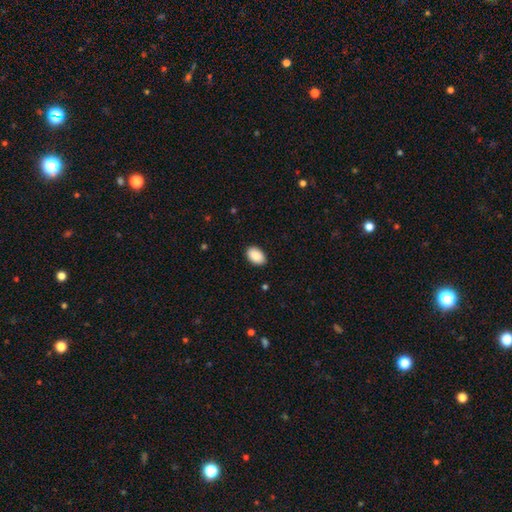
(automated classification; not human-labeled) Smooth or featured?
  - smooth: 90% *
  - star or artifact: 7%
  - featured or disk: 3%
How rounded?
  - in between: 90% *
  - round: 9%
  - cigar-shaped: 1%
Merging?
  - none: 89% *
  - minor disturbance: 8%
  - major disturbance: 2%
  - merger: 1%